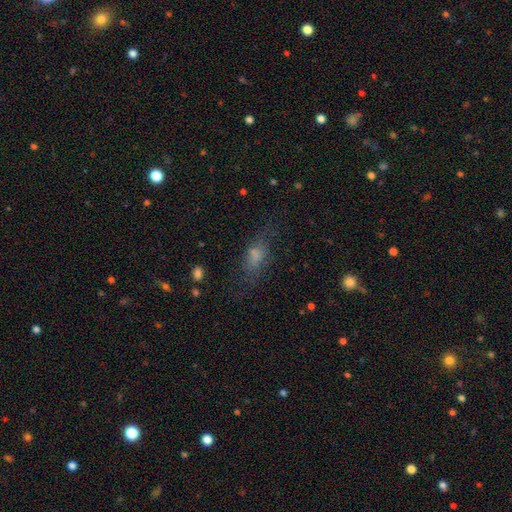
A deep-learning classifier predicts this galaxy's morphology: A smooth galaxy with no disk features (65%) that is in between round and cigar-shaped (72%).

Vote fractions:
- Smooth or featured? smooth: 65% / featured or disk: 21% / star or artifact: 15%
- How rounded? in between: 72% / cigar-shaped: 20% / round: 8%
- Merging? none: 55% / minor disturbance: 23% / major disturbance: 19% / merger: 3%